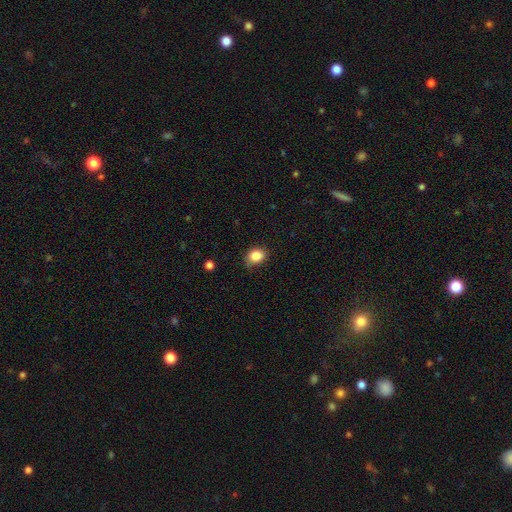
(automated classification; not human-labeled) Morphology: type=smooth (84%); roundness=in between (56%); merging=none (69%).